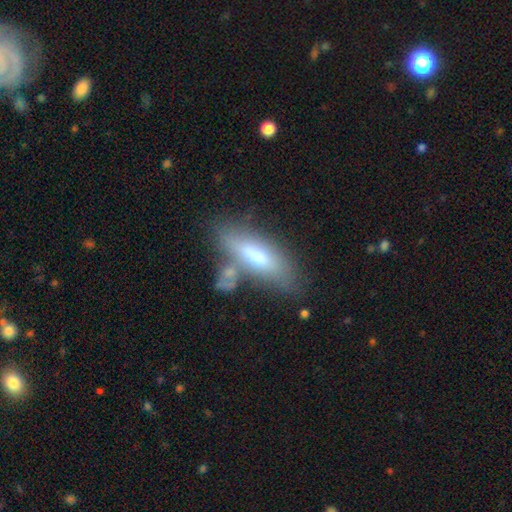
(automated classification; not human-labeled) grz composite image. It shows a smooth galaxy with no disk features (67%) that is in between round and cigar-shaped (50%). Merging: none (53%).